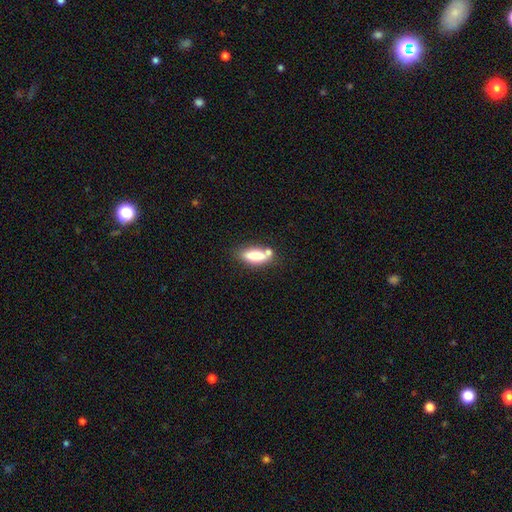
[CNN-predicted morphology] Smooth or featured: smooth — 76% (featured or disk — 15%)
How rounded: in between — 65% (cigar-shaped — 32%)
Merging: none — 59% (merger — 20%)